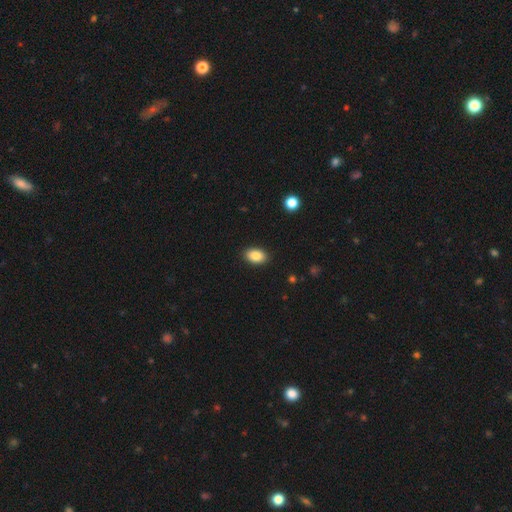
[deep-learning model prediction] Smooth or featured? smooth (87%)
How rounded? in between (89%)
Merging? none (90%)